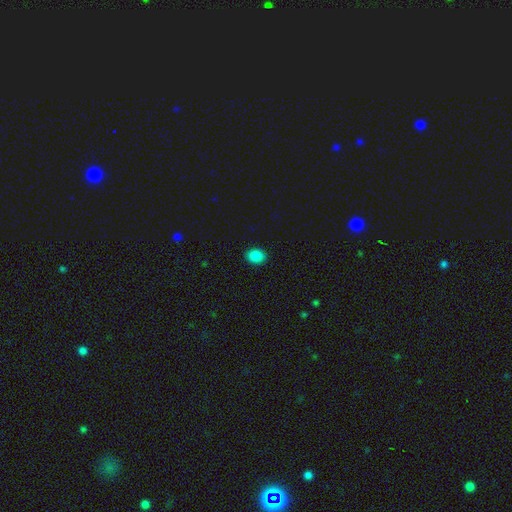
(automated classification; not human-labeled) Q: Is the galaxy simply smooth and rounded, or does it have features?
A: smooth — 86%.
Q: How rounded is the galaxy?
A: in between — 60%.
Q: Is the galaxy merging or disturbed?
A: none — 90%.